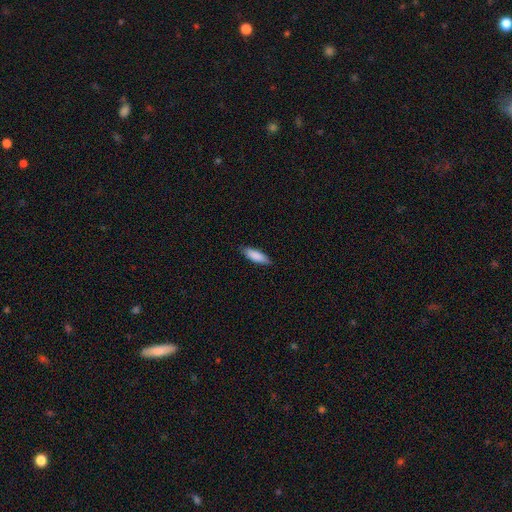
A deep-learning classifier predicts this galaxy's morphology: smooth_or_featured: smooth (p=0.87) [alt: featured or disk p=0.08]
how_rounded: in between (p=0.51) [alt: cigar-shaped p=0.47]
merging: none (p=0.85) [alt: minor disturbance p=0.12]